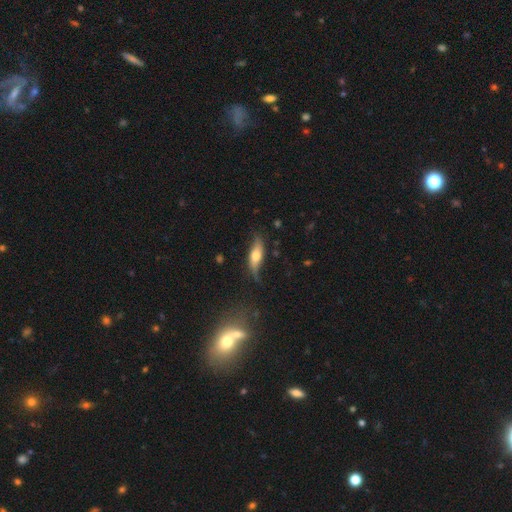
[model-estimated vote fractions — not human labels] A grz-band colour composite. It shows a smooth galaxy with no disk features (50%) that is in between round and cigar-shaped (52%). Merging: none (60%).